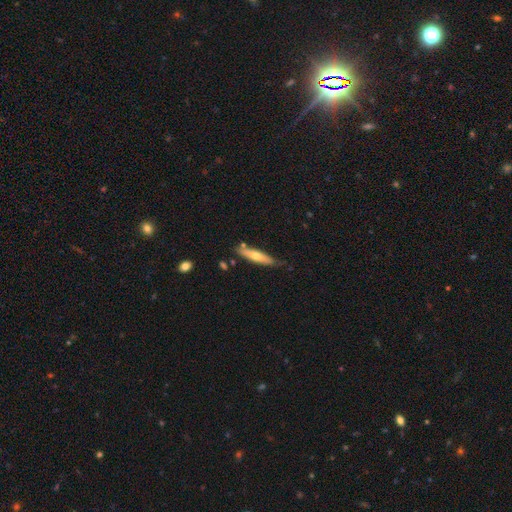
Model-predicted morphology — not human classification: This appears to be a smooth galaxy with no disk features (58%) that is cigar-shaped (80%). Merging: none (72%).